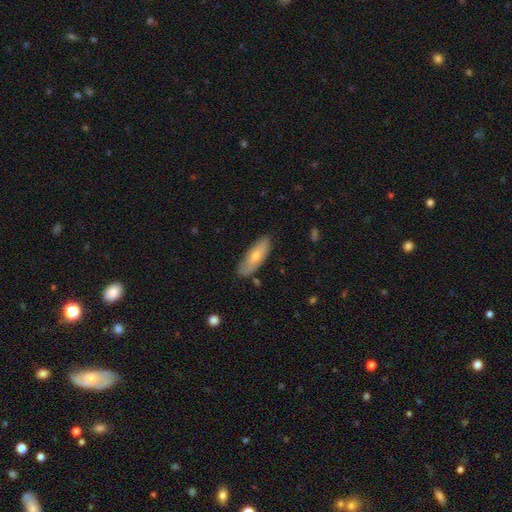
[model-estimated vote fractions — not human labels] Q: Smooth or featured?
A: smooth (57%); runner-up: featured or disk (36%)
Q: How rounded?
A: in between (62%); runner-up: cigar-shaped (36%)
Q: Merging?
A: none (80%); runner-up: minor disturbance (16%)